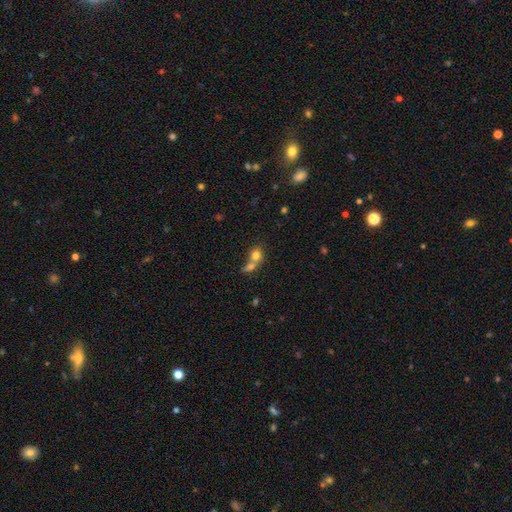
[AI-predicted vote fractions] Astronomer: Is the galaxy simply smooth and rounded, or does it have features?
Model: smooth — 77%.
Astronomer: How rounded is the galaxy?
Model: round — 66%.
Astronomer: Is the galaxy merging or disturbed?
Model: merger — 62%.